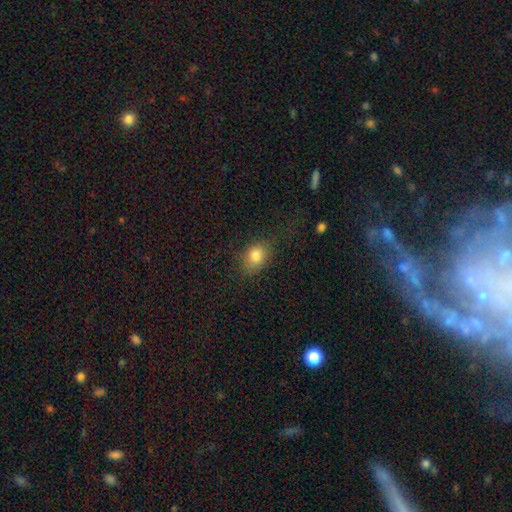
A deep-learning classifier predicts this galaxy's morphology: smooth 80%, star or artifact 11%, featured or disk 9%. Down the decision tree: how rounded — in between (63%); merging — none (71%).